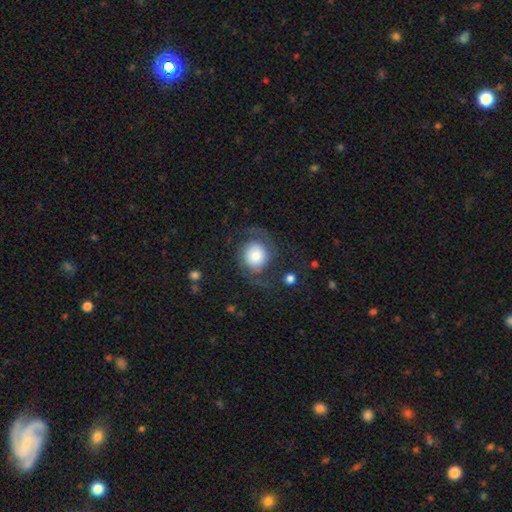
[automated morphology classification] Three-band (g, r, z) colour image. It shows a smooth galaxy with no disk features (48%). Merging: none (60%).